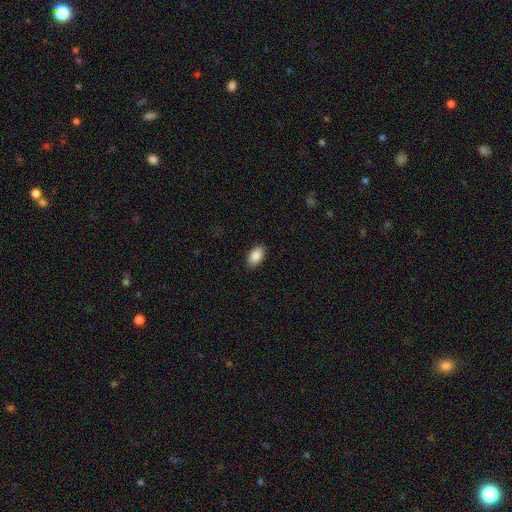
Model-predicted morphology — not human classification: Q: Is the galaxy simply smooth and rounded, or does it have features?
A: smooth — 87%.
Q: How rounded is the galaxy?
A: in between — 92%.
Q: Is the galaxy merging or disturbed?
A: none — 88%.